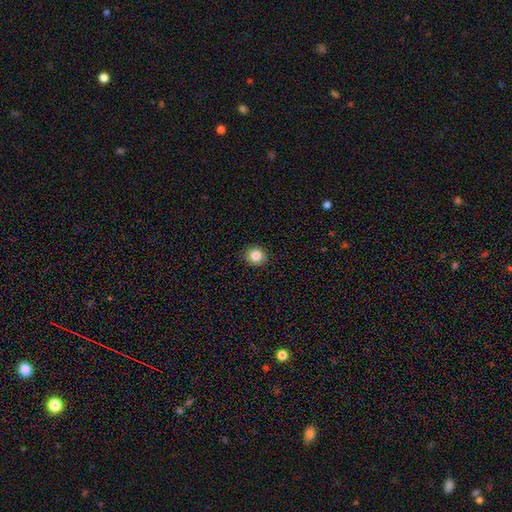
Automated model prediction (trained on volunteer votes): smooth 84%, star or artifact 10%, featured or disk 5%. Down the decision tree: how rounded — round (87%); merging — none (91%).